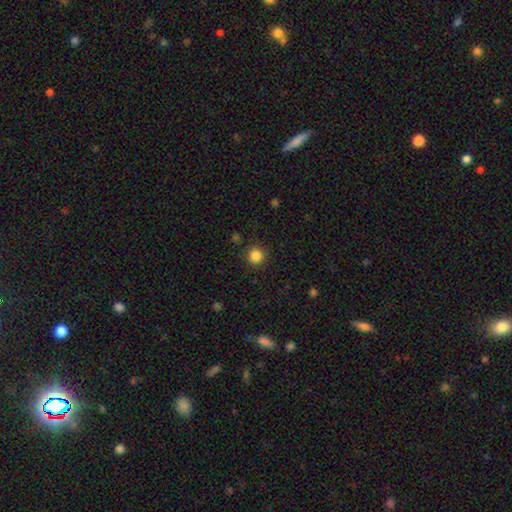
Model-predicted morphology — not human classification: smooth_or_featured: smooth (p=0.84) [alt: star or artifact p=0.12]
how_rounded: round (p=0.94) [alt: in between p=0.05]
merging: none (p=0.90) [alt: minor disturbance p=0.06]